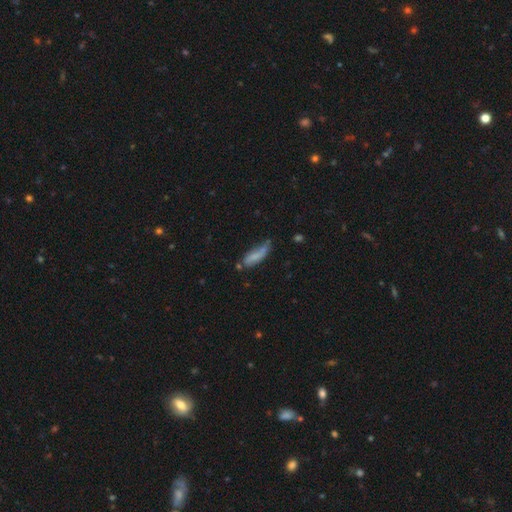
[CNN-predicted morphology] A smooth galaxy with no disk features (71%) that is in between round and cigar-shaped (51%). Merging: none (42%).